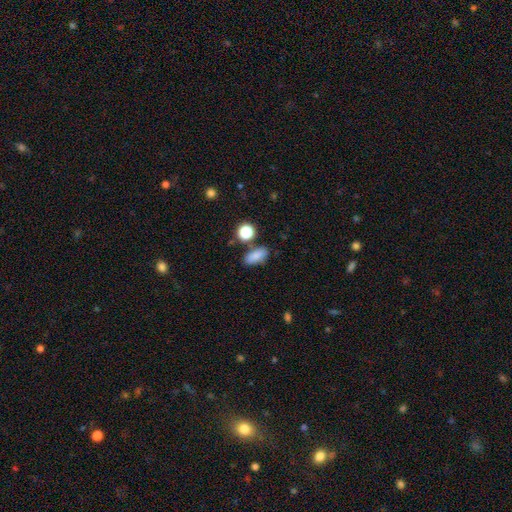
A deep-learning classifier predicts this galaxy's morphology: The model was most divided on "merging": none: 76%, minor disturbance: 12%, merger: 8%, major disturbance: 4%. More confident: smooth or featured — smooth (84%); how rounded — in between (83%).